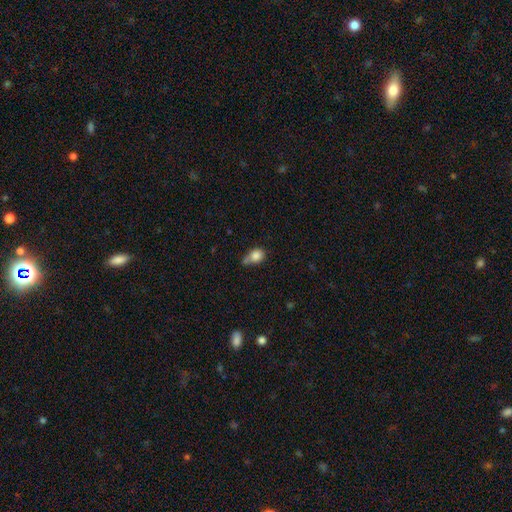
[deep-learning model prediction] smooth 82%, star or artifact 10%, featured or disk 8%. Down the decision tree: how rounded — in between (51%); merging — none (40%).